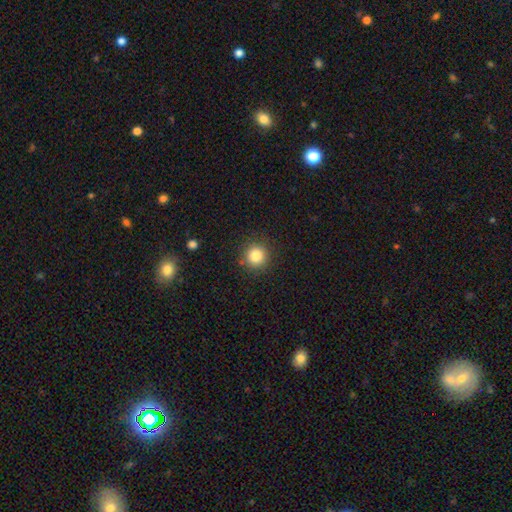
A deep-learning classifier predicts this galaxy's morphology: The model was most divided on "smooth or featured": smooth: 83%, star or artifact: 11%, featured or disk: 6%. More confident: how rounded — round (94%); merging — none (89%).